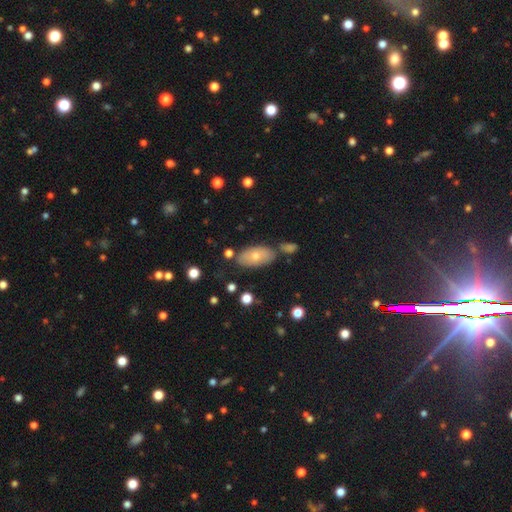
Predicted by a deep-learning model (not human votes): A smooth galaxy with no disk features (61%) that is in between round and cigar-shaped (90%).

Vote fractions:
- Smooth or featured? smooth: 61% / featured or disk: 28% / star or artifact: 11%
- How rounded? in between: 90% / round: 5% / cigar-shaped: 4%
- Merging? none: 72% / minor disturbance: 15% / merger: 9% / major disturbance: 4%